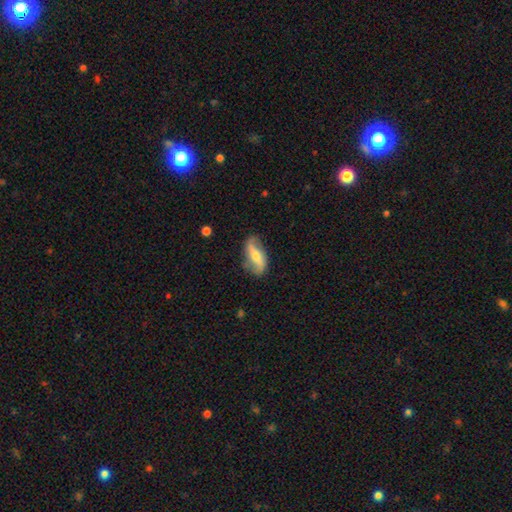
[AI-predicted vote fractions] Overall: featured or disk (64%; smooth 31%). Edge-on disk: no (78%). Merging: none (77%).